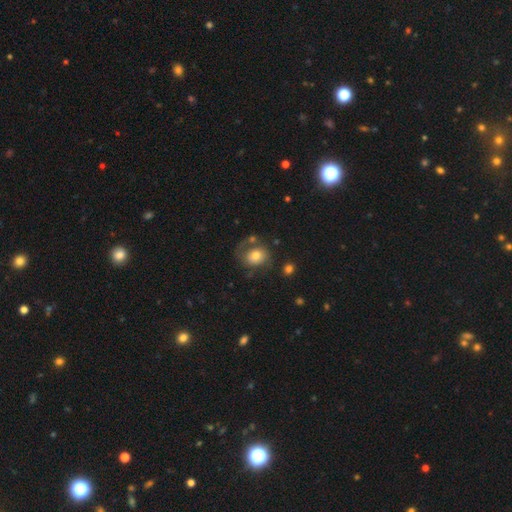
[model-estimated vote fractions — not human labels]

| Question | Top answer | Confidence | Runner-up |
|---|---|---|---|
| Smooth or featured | smooth | 58% | featured or disk (32%) |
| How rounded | round | 60% | in between (39%) |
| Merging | none | 49% | major disturbance (22%) |